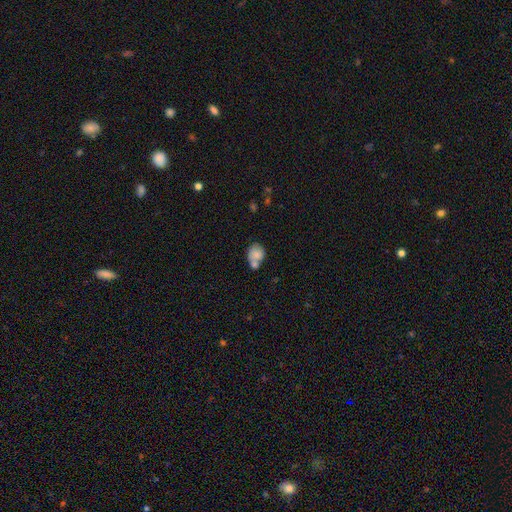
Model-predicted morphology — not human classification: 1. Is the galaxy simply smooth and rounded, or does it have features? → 76% smooth, 15% featured or disk, 8% star or artifact.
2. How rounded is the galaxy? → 64% round, 35% in between, 1% cigar-shaped.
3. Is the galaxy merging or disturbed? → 48% merger, 32% none, 14% minor disturbance, 6% major disturbance.